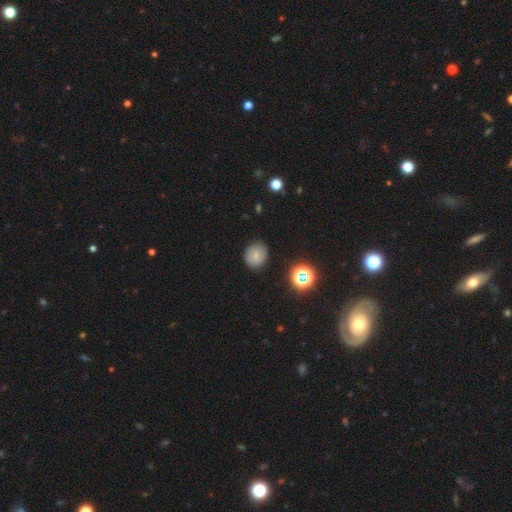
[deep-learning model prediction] Q: Smooth or featured?
A: smooth (77%); runner-up: star or artifact (14%)
Q: How rounded?
A: round (82%); runner-up: in between (17%)
Q: Merging?
A: none (86%); runner-up: minor disturbance (10%)